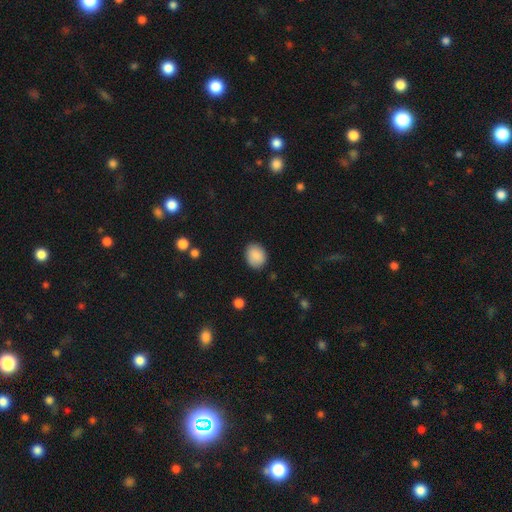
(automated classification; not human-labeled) Morphology: type=smooth (89%); roundness=round (50%); merging=none (86%).